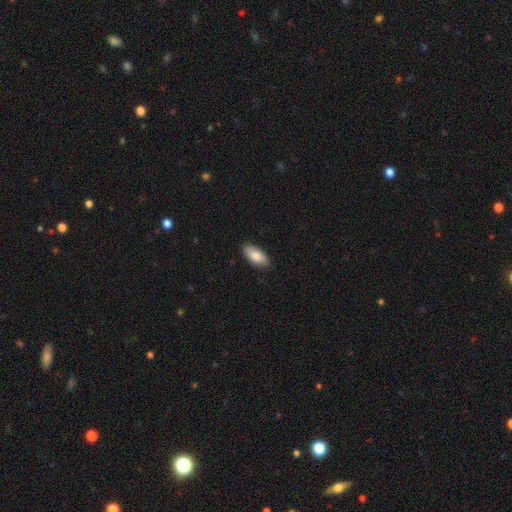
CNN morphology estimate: smooth_or_featured: smooth (p=0.85) [alt: featured or disk p=0.10]
how_rounded: in between (p=0.89) [alt: cigar-shaped p=0.09]
merging: none (p=0.86) [alt: minor disturbance p=0.11]